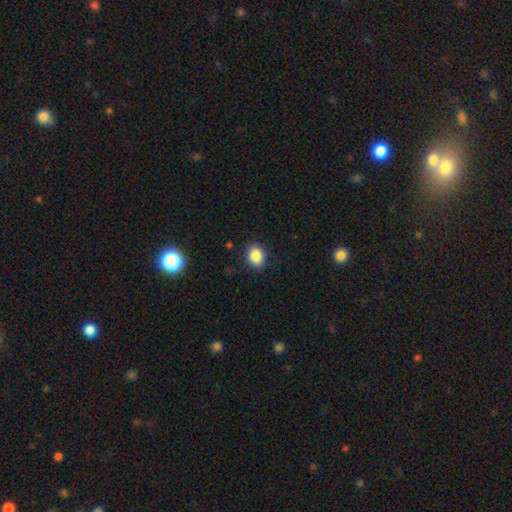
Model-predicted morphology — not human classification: Smooth or featured: smooth — 87% (star or artifact — 9%)
How rounded: in between — 65% (round — 34%)
Merging: none — 86% (minor disturbance — 10%)